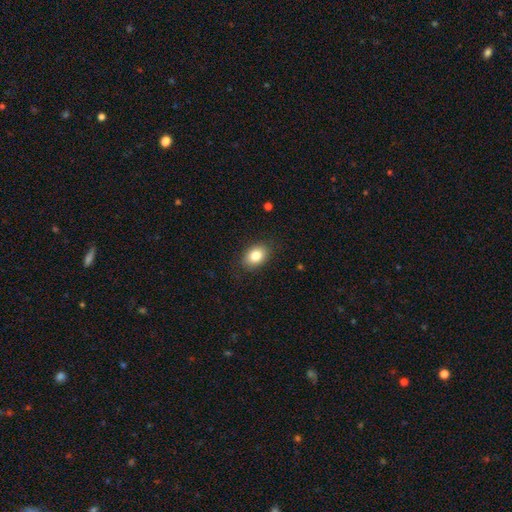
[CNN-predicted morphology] This appears to be a smooth galaxy with no disk features (84%) that is in between round and cigar-shaped (78%). Merging: none (86%).